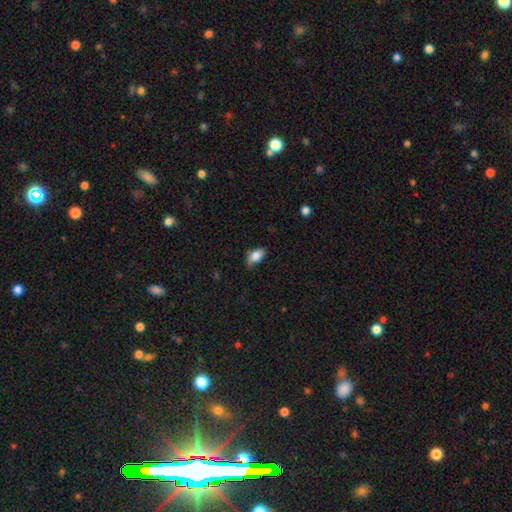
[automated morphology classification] Smooth or featured: smooth — 84% (featured or disk — 8%)
How rounded: in between — 91% (round — 5%)
Merging: none — 68% (minor disturbance — 26%)